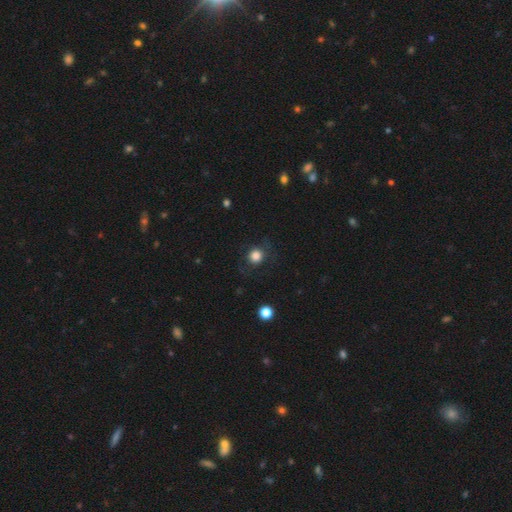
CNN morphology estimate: Q: Smooth or featured?
A: smooth (82%); runner-up: star or artifact (11%)
Q: How rounded?
A: round (90%); runner-up: in between (10%)
Q: Merging?
A: none (81%); runner-up: minor disturbance (11%)